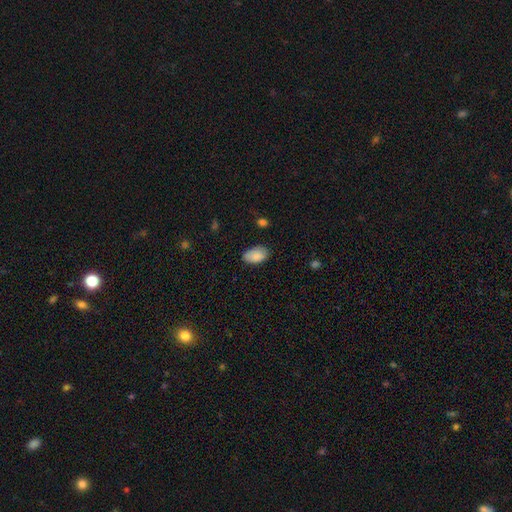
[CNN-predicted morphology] smooth-or-featured: smooth: 87% | star or artifact: 7% | featured or disk: 6%
  how-rounded: in between: 94% | round: 5% | cigar-shaped: 1%
  merging: none: 77% | minor disturbance: 19% | major disturbance: 3% | merger: 1%